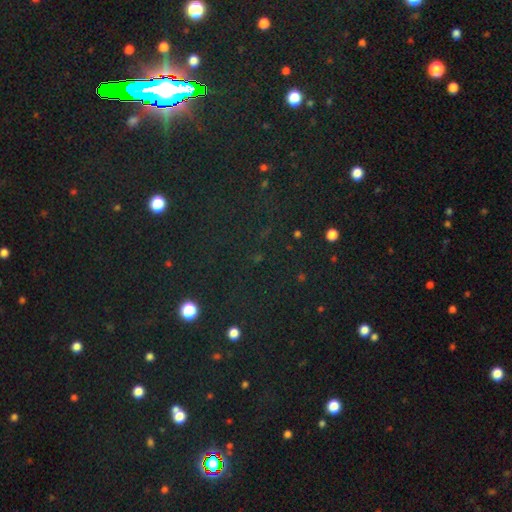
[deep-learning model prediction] Smooth or featured: star or artifact — 79% (smooth — 14%)